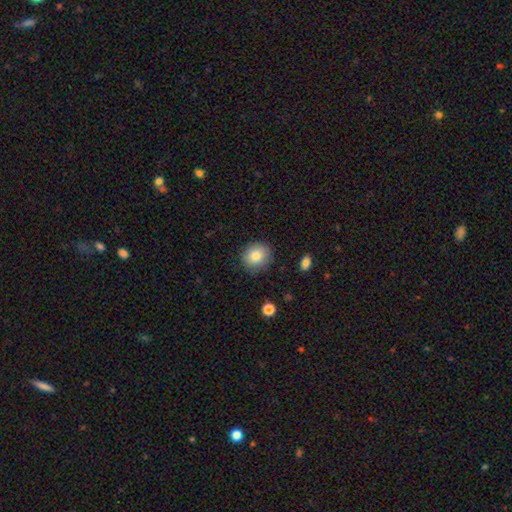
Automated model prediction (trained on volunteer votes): This appears to be a smooth galaxy with no disk features (82%) that is round (82%). Merging: none (86%).